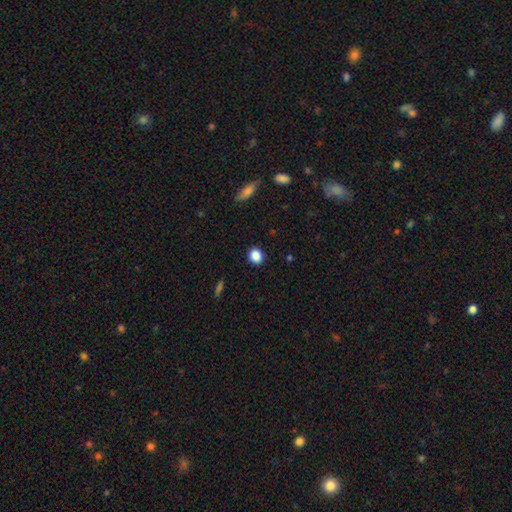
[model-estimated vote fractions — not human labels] smooth-or-featured: smooth: 87% | star or artifact: 9% | featured or disk: 4%
  how-rounded: round: 66% | in between: 33% | cigar-shaped: 1%
  merging: none: 90% | minor disturbance: 7% | major disturbance: 2% | merger: 1%